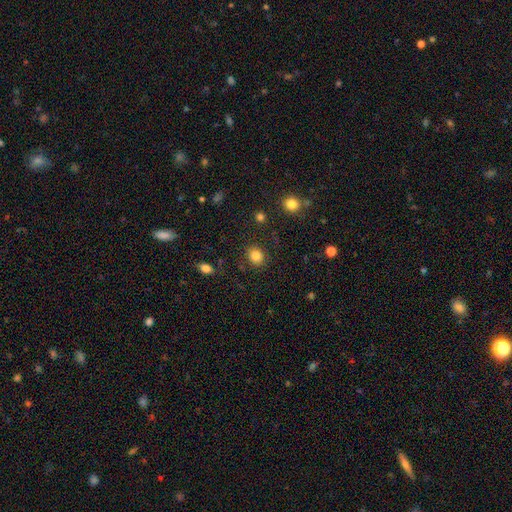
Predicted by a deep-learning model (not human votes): Smooth or featured? Predicted: smooth (p=0.84). How rounded? Predicted: round (p=0.71). Merging? Predicted: none (p=0.86).